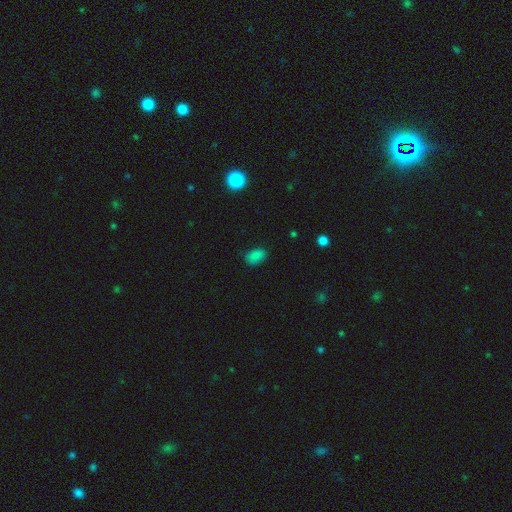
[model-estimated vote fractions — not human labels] This appears to be a smooth galaxy with no disk features (81%) that is in between round and cigar-shaped (87%). Merging: none (77%).